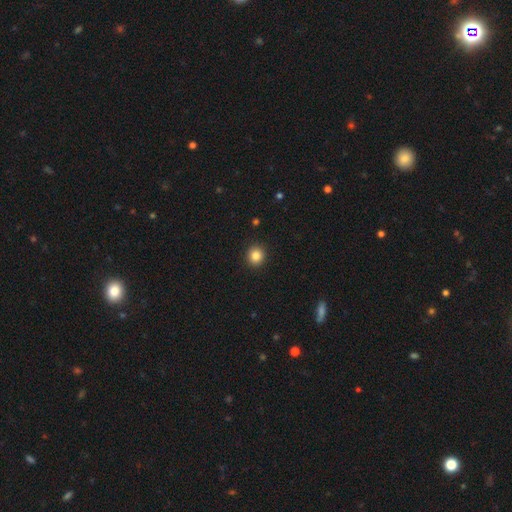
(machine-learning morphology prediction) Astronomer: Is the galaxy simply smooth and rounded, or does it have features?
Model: smooth — 85%.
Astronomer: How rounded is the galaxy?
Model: round — 89%.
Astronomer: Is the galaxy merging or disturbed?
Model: none — 92%.